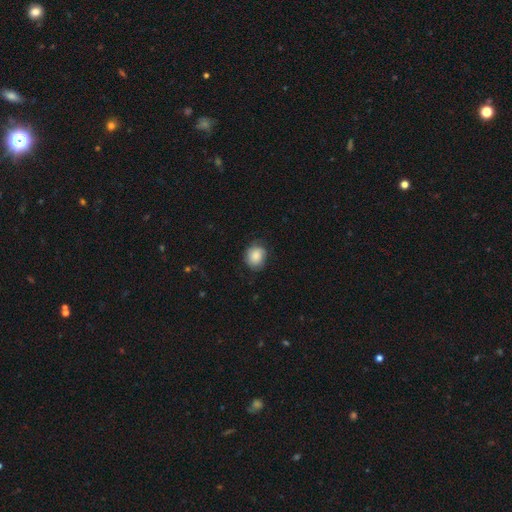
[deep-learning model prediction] Q: Smooth or featured?
A: smooth (81%); runner-up: featured or disk (12%)
Q: How rounded?
A: round (65%); runner-up: in between (34%)
Q: Merging?
A: none (69%); runner-up: minor disturbance (23%)